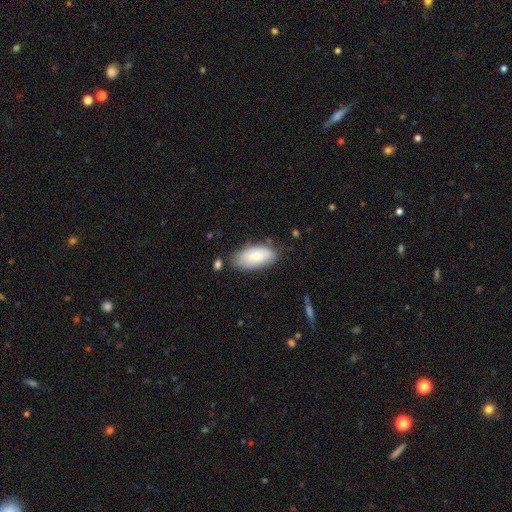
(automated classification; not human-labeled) smooth 79%, featured or disk 15%, star or artifact 7%. Down the decision tree: how rounded — in between (92%); merging — none (72%).